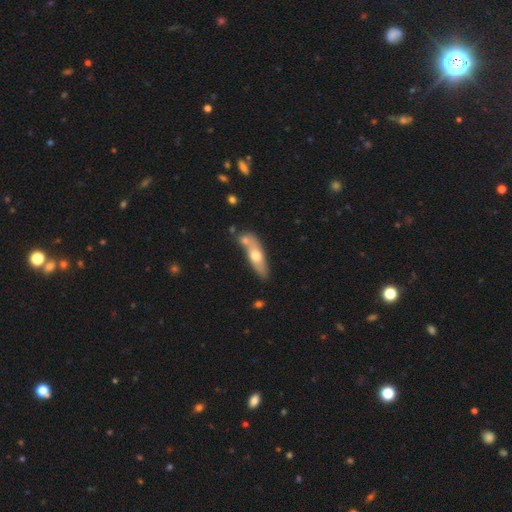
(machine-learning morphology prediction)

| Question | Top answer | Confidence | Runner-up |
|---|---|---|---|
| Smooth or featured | smooth | 56% | featured or disk (38%) |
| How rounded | cigar-shaped | 54% | in between (42%) |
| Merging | none | 54% | merger (28%) |